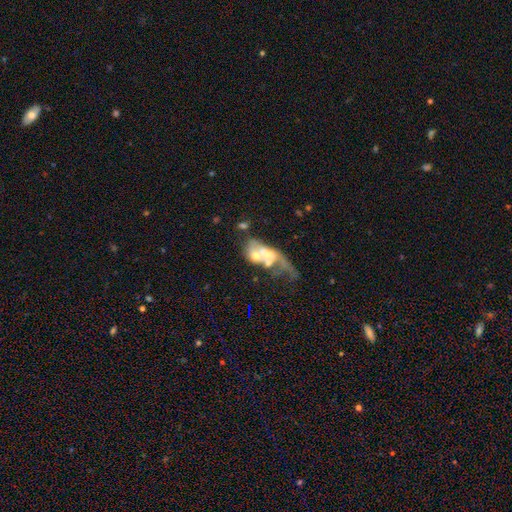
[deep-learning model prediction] Morphology: type=featured or disk (59%); edge-on=no (95%); bar=no (76%); spiral arms=no (73%); bulge=moderate (36%); merging=merger (51%).